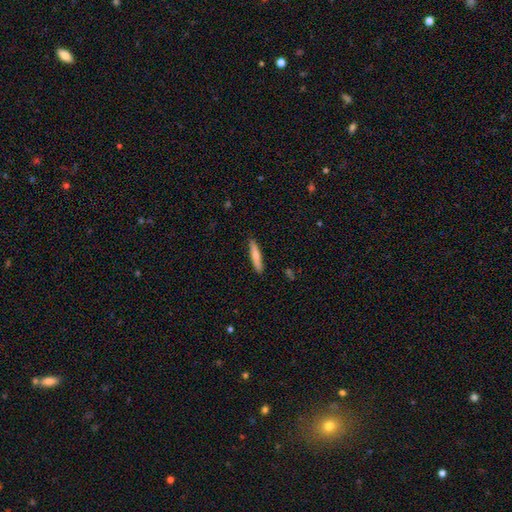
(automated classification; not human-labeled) Q: Smooth or featured?
A: smooth (71%); runner-up: featured or disk (24%)
Q: How rounded?
A: cigar-shaped (90%); runner-up: in between (9%)
Q: Merging?
A: none (89%); runner-up: minor disturbance (8%)